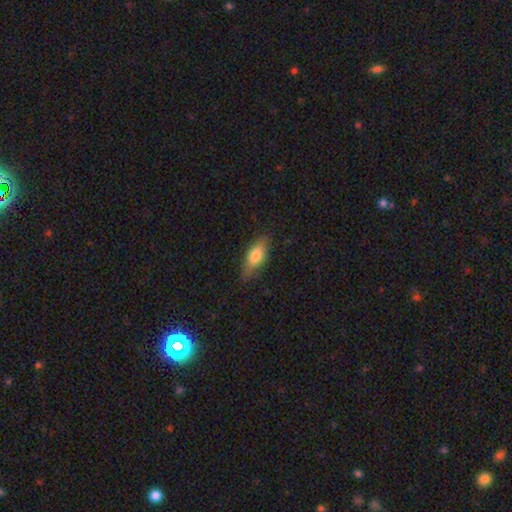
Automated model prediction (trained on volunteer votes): Smooth or featured: smooth — 73% (featured or disk — 20%)
How rounded: in between — 71% (cigar-shaped — 27%)
Merging: none — 78% (minor disturbance — 17%)